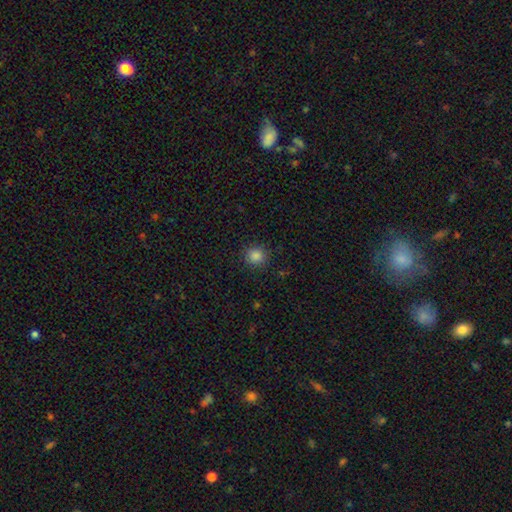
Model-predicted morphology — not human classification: This appears to be a smooth galaxy with no disk features (85%) that is round (91%). Merging: none (88%).